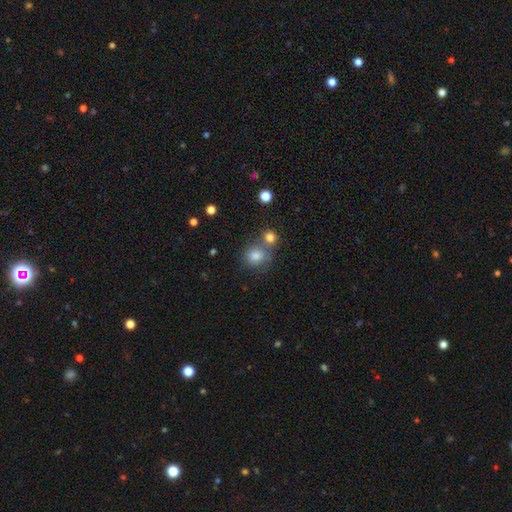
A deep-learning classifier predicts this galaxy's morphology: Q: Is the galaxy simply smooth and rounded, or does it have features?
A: smooth — 81%.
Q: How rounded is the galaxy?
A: round — 75%.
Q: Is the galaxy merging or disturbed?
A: none — 53%.